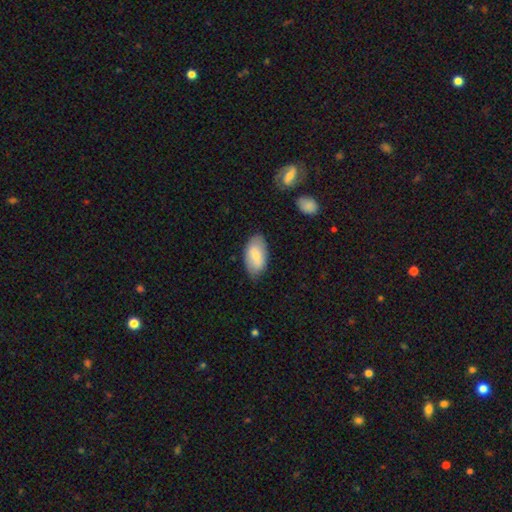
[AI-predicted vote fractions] This appears to be a smooth galaxy with no disk features (72%) that is in between round and cigar-shaped (94%). Merging: none (76%).